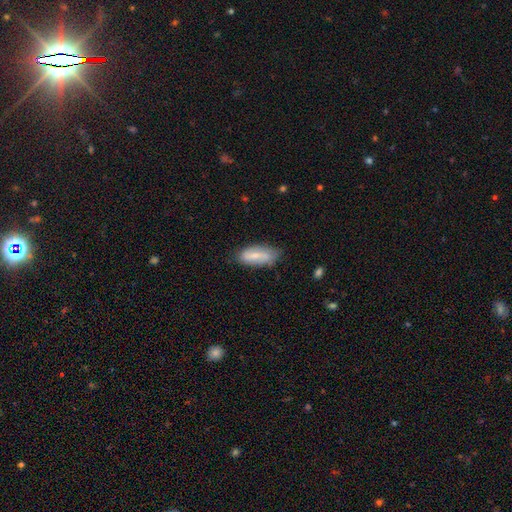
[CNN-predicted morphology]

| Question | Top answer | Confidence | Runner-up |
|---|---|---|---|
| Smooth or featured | smooth | 53% | featured or disk (40%) |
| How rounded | in between | 84% | cigar-shaped (13%) |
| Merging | none | 73% | minor disturbance (21%) |